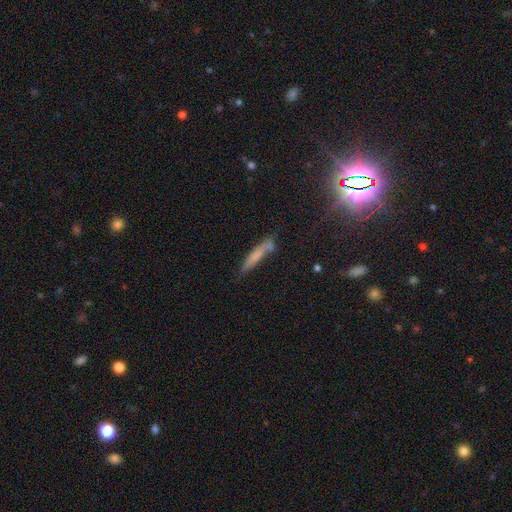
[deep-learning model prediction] smooth 69%, featured or disk 23%, star or artifact 8%. Down the decision tree: how rounded — cigar-shaped (89%); merging — none (62%).